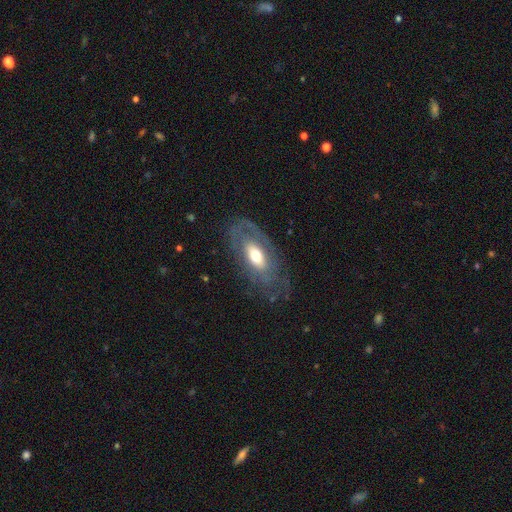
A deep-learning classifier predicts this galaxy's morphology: A featured or disk galaxy (55%). Merging: none (66%).